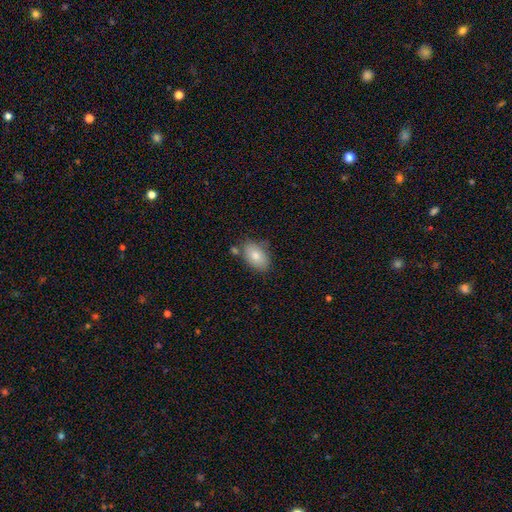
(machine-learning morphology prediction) smooth-or-featured: smooth: 81% | featured or disk: 12% | star or artifact: 7%
  how-rounded: in between: 91% | round: 8% | cigar-shaped: 1%
  merging: none: 71% | minor disturbance: 17% | merger: 8% | major disturbance: 4%